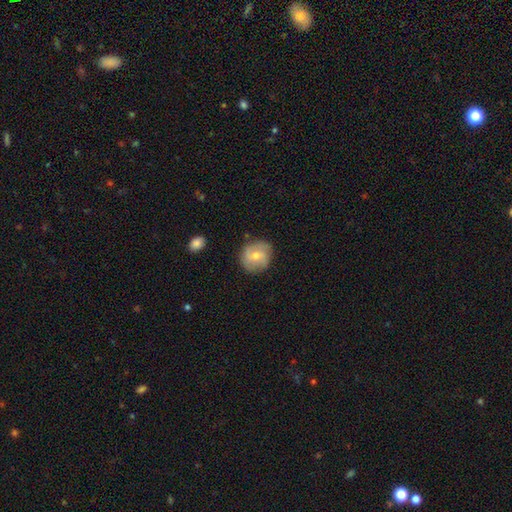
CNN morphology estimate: smooth-or-featured: smooth: 50% | featured or disk: 43% | star or artifact: 7%
  merging: none: 80% | minor disturbance: 15% | major disturbance: 4% | merger: 2%